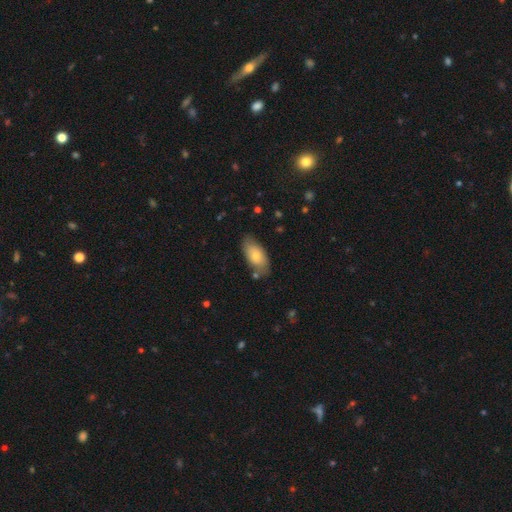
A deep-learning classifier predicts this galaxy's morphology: type=smooth (71%); roundness=in between (92%); merging=none (71%).